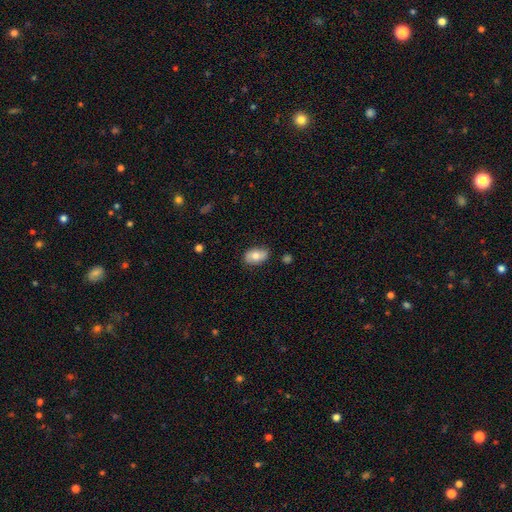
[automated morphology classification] Smooth or featured? smooth (74%)
How rounded? in between (91%)
Merging? none (79%)